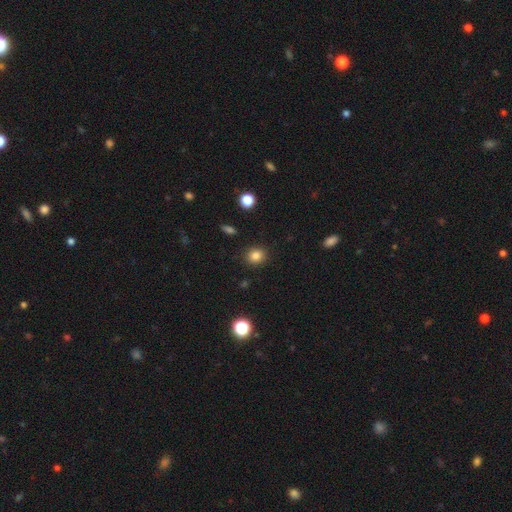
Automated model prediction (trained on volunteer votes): The model was most divided on "how rounded": round: 75%, in between: 24%, cigar-shaped: 1%. More confident: merging — none (89%); smooth or featured — smooth (84%).